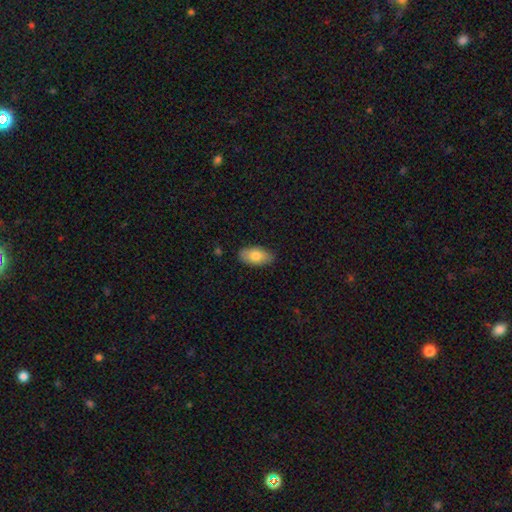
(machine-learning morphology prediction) Q: Smooth or featured?
A: smooth (79%); runner-up: featured or disk (15%)
Q: How rounded?
A: in between (93%); runner-up: round (4%)
Q: Merging?
A: none (86%); runner-up: minor disturbance (11%)